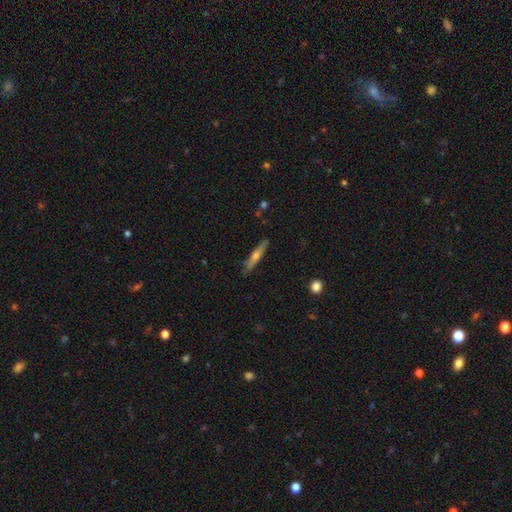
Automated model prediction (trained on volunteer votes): A featured or disk galaxy (54%) viewed edge-on (95%) with a rounded central bulge (79%). Merging: none (88%).